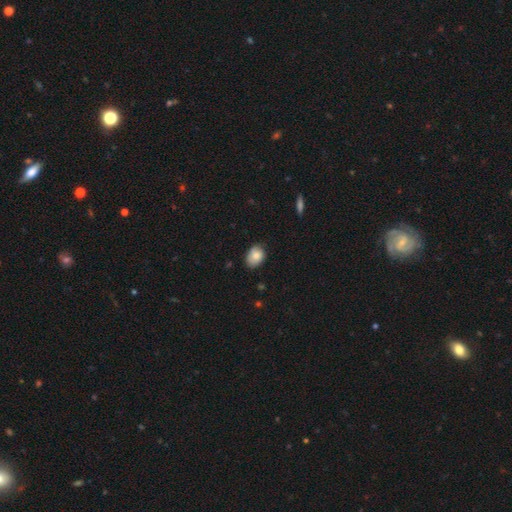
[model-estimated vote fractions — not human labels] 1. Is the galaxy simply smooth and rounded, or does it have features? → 81% smooth, 11% featured or disk, 8% star or artifact.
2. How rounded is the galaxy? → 70% in between, 29% round, 1% cigar-shaped.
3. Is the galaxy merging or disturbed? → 73% none, 23% minor disturbance, 3% major disturbance, 1% merger.